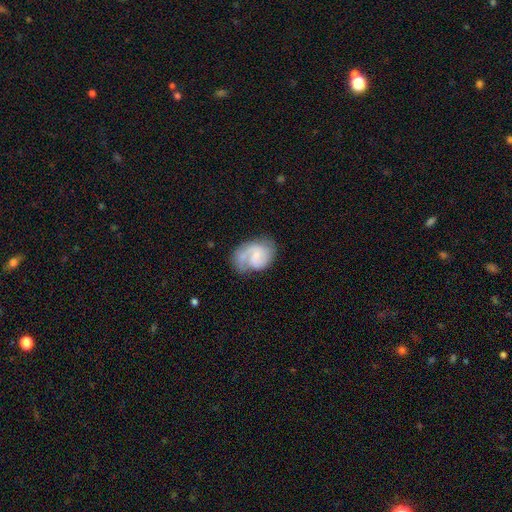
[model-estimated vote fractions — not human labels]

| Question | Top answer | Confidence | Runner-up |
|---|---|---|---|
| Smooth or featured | featured or disk | 69% | smooth (25%) |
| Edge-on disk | no | 98% | yes (2%) |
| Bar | no | 48% | weak (44%) |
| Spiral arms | yes | 91% | no (9%) |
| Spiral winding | medium | 45% | tight (31%) |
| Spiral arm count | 2 | 47% | 1 (39%) |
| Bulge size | small | 54% | moderate (25%) |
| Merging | none | 54% | minor disturbance (24%) |